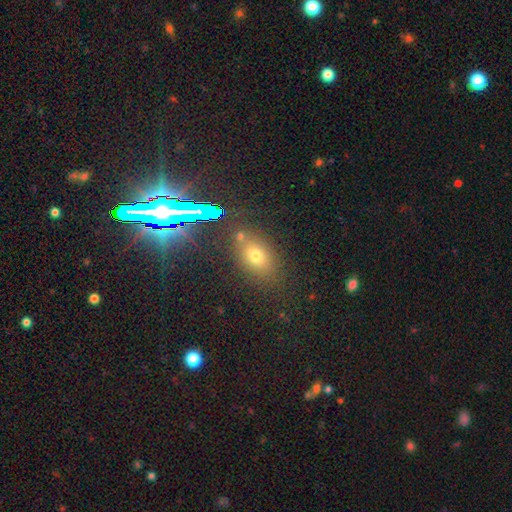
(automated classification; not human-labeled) The model was most divided on "smooth or featured": smooth: 65%, star or artifact: 22%, featured or disk: 13%. More confident: merging — none (73%); how rounded — in between (71%).